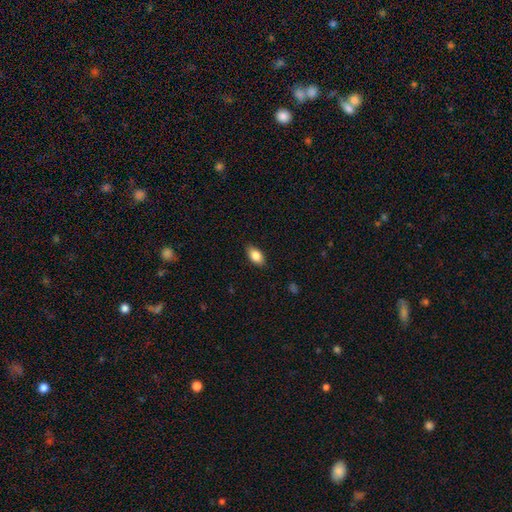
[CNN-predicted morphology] Smooth or featured? smooth (83%)
How rounded? in between (91%)
Merging? none (87%)